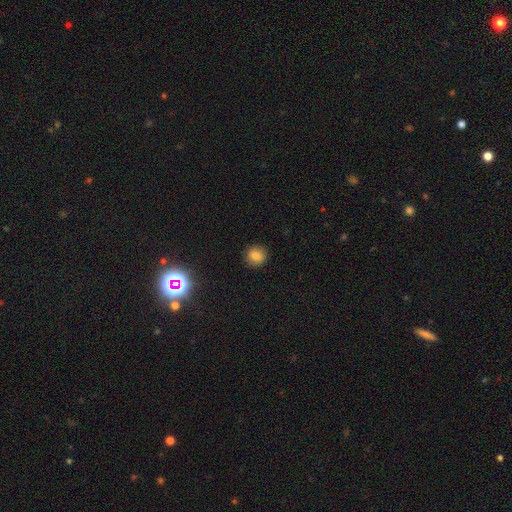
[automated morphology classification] Smooth or featured? Predicted: smooth (p=0.80). How rounded? Predicted: round (p=0.88). Merging? Predicted: none (p=0.91).